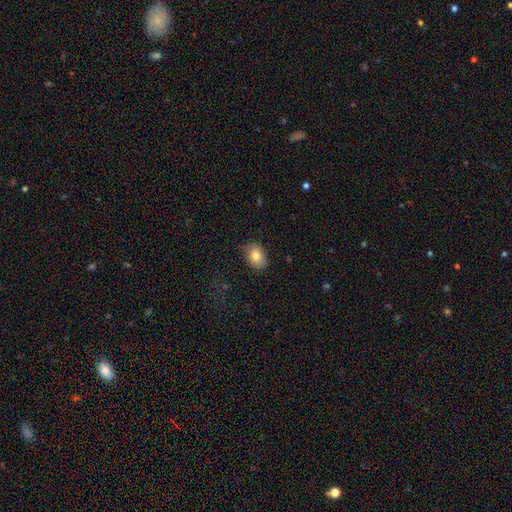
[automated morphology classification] Smooth or featured? Predicted: smooth (p=0.81). How rounded? Predicted: in between (p=0.76). Merging? Predicted: none (p=0.77).